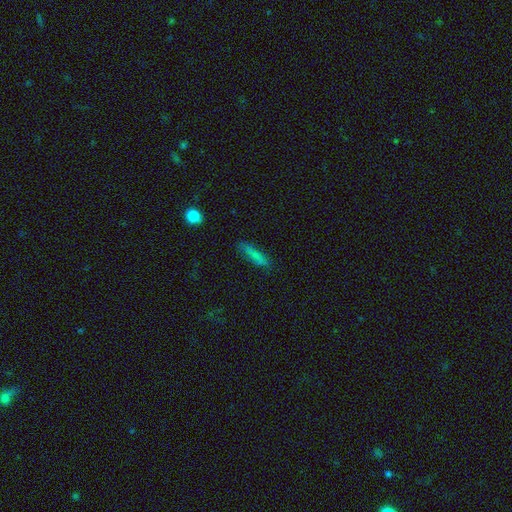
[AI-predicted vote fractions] A smooth galaxy with no disk features (76%) that is cigar-shaped (82%). Merging: none (81%).